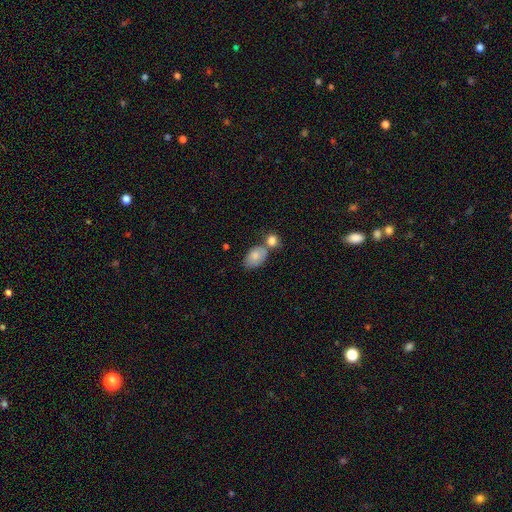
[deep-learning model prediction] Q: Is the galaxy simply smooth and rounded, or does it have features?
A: smooth — 79%.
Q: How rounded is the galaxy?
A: in between — 86%.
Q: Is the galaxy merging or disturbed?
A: merger — 41%.